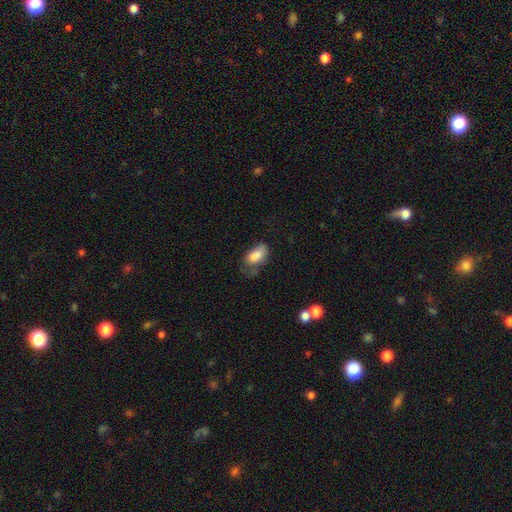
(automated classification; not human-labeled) Smooth or featured: smooth — 80% (featured or disk — 13%)
How rounded: in between — 92% (round — 4%)
Merging: none — 39% (minor disturbance — 34%)